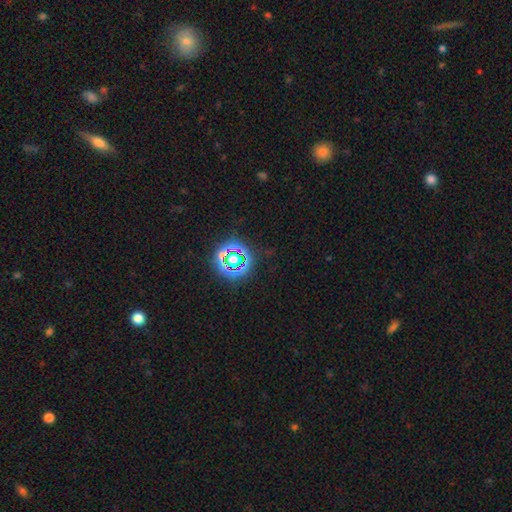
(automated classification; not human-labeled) A star or artifact, not a galaxy (75%).